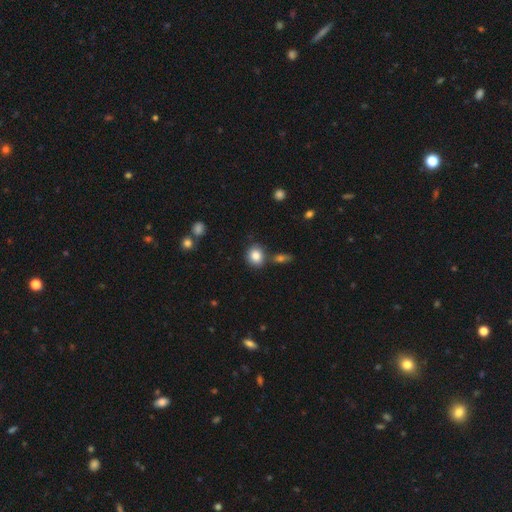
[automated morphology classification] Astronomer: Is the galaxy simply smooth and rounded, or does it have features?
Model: smooth — 84%.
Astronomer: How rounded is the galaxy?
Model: round — 74%.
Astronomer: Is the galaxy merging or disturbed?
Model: none — 76%.